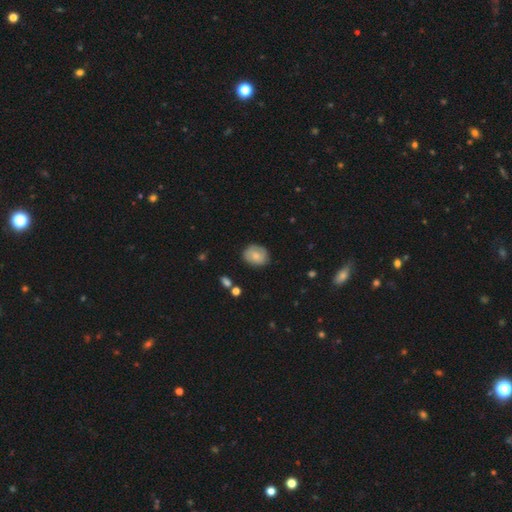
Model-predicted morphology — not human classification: Q: Smooth or featured?
A: smooth (65%); runner-up: featured or disk (28%)
Q: How rounded?
A: round (51%); runner-up: in between (48%)
Q: Merging?
A: none (80%); runner-up: minor disturbance (15%)